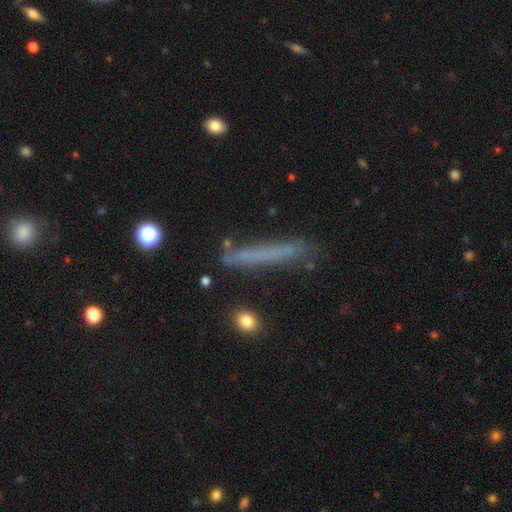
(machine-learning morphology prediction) Q: Smooth or featured?
A: smooth (56%); runner-up: featured or disk (34%)
Q: How rounded?
A: cigar-shaped (94%); runner-up: in between (4%)
Q: Merging?
A: none (67%); runner-up: minor disturbance (20%)